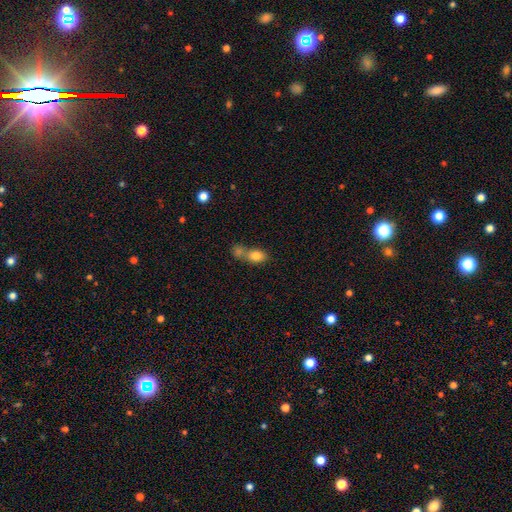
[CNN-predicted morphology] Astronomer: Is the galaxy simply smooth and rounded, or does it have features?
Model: smooth — 81%.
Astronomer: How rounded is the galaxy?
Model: in between — 75%.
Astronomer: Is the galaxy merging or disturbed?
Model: merger — 55% (runner-up: none, 31%).